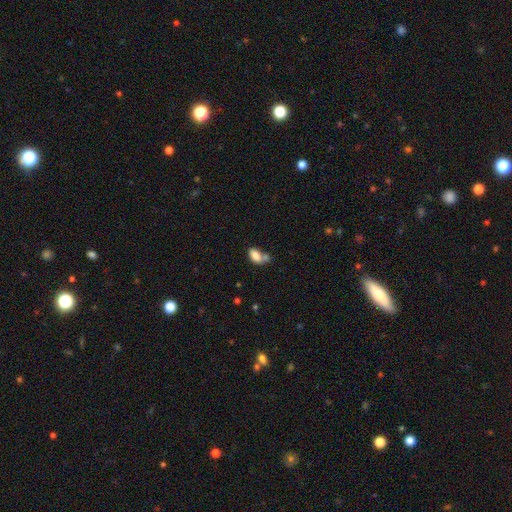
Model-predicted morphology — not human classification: smooth-or-featured: smooth: 81% | featured or disk: 10% | star or artifact: 9%
  how-rounded: in between: 90% | round: 8% | cigar-shaped: 2%
  merging: merger: 46% | none: 31% | minor disturbance: 14% | major disturbance: 8%